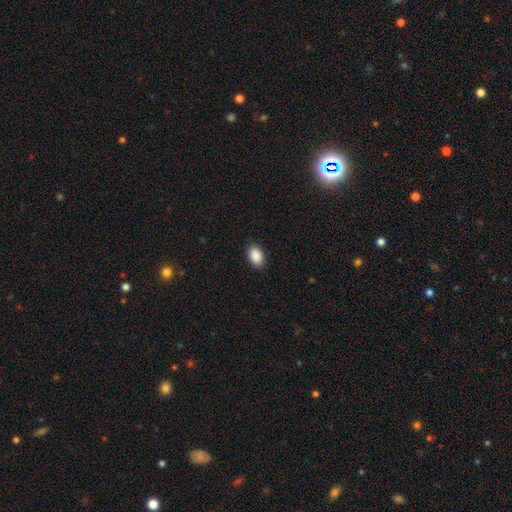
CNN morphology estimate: Smooth or featured? smooth (90%)
How rounded? in between (88%)
Merging? none (88%)